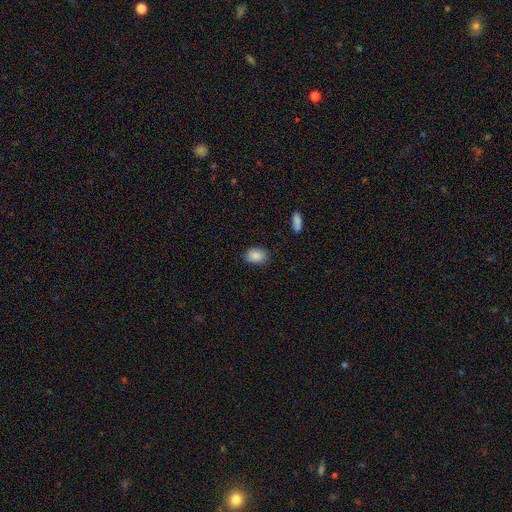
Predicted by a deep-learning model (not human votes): The model was most divided on "how rounded": in between: 76%, round: 23%, cigar-shaped: 1%. More confident: smooth or featured — smooth (87%); merging — none (84%).